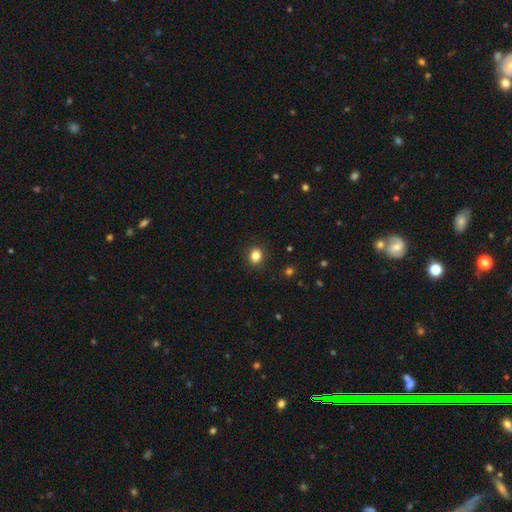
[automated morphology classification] A smooth galaxy with no disk features (84%) that is round (57%). Merging: none (89%).